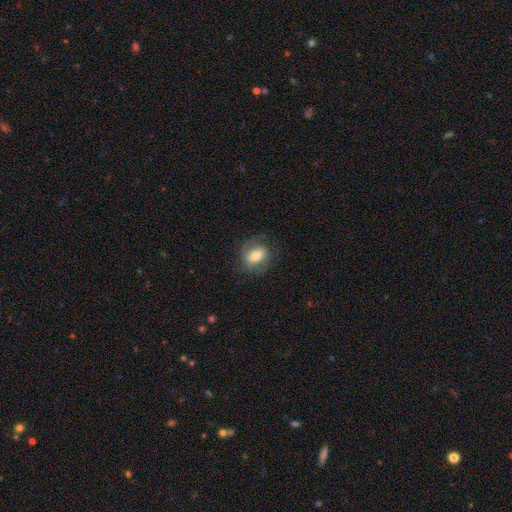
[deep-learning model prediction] A smooth galaxy with no disk features (60%) that is in between round and cigar-shaped (62%). Merging: none (71%).